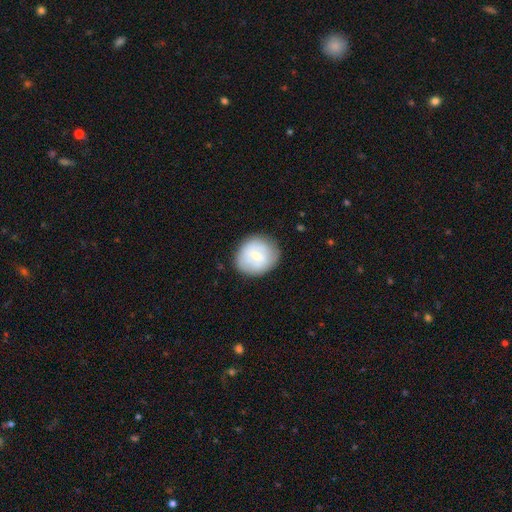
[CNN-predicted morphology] smooth_or_featured: smooth (p=0.60) [alt: featured or disk p=0.34]
how_rounded: round (p=0.82) [alt: in between p=0.17]
merging: none (p=0.80) [alt: minor disturbance p=0.15]